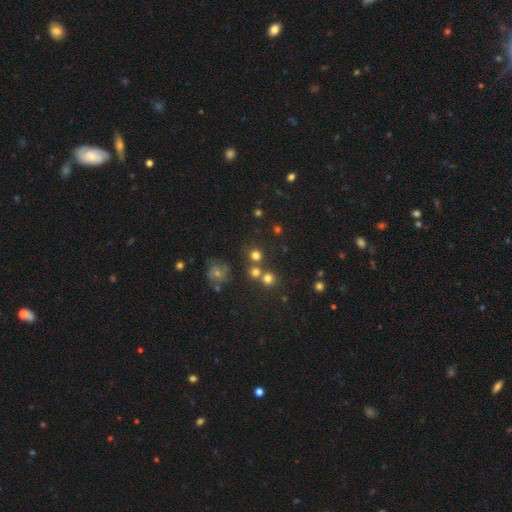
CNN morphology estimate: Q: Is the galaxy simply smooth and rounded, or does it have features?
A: smooth — 72%.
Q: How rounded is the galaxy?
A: round — 90%.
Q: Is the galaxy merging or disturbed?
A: none — 70%.